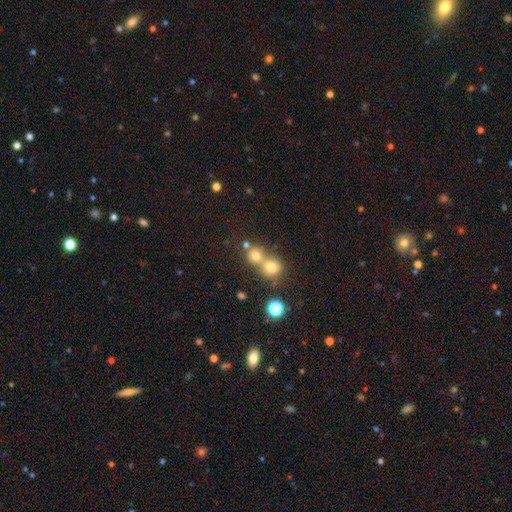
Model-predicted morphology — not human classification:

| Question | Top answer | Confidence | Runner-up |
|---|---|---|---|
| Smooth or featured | smooth | 72% | star or artifact (18%) |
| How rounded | round | 84% | in between (15%) |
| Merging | merger | 51% | none (41%) |